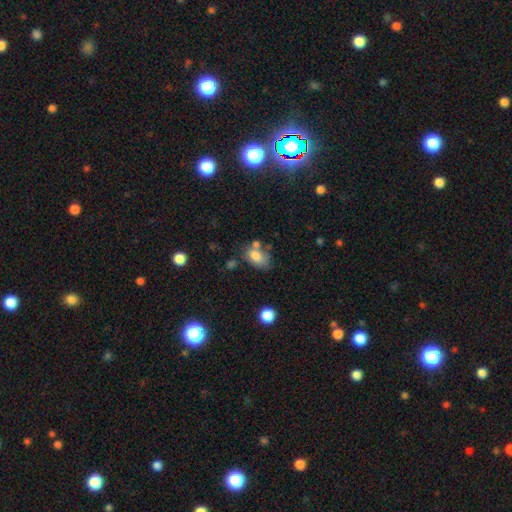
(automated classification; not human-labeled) Q: Smooth or featured?
A: smooth (78%); runner-up: featured or disk (12%)
Q: How rounded?
A: in between (84%); runner-up: round (14%)
Q: Merging?
A: none (45%); runner-up: minor disturbance (22%)